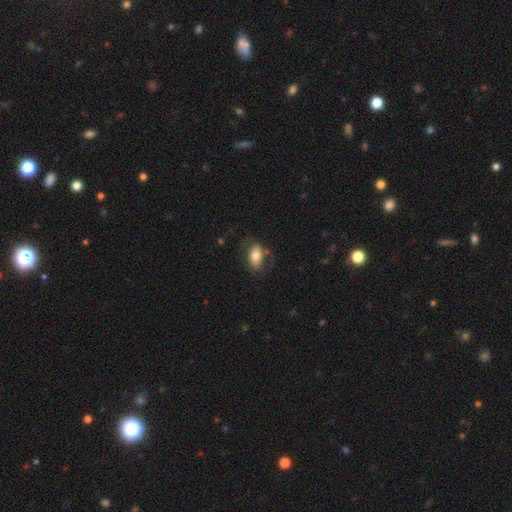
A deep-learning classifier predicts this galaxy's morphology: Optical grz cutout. It shows a smooth galaxy with no disk features (74%) that is in between round and cigar-shaped (90%). Merging: none (72%).